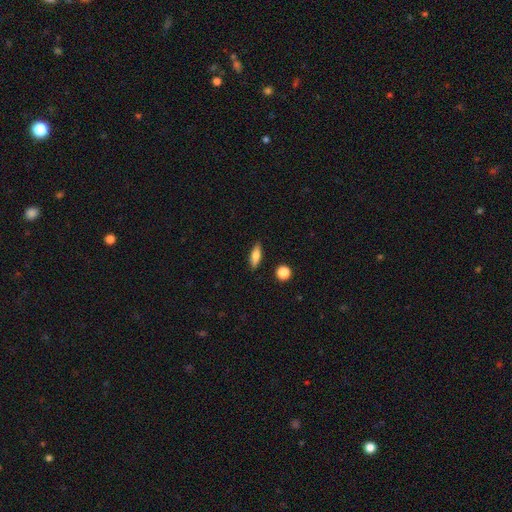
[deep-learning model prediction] smooth 69%, featured or disk 23%, star or artifact 8%. Down the decision tree: how rounded — in between (54%); merging — none (87%).